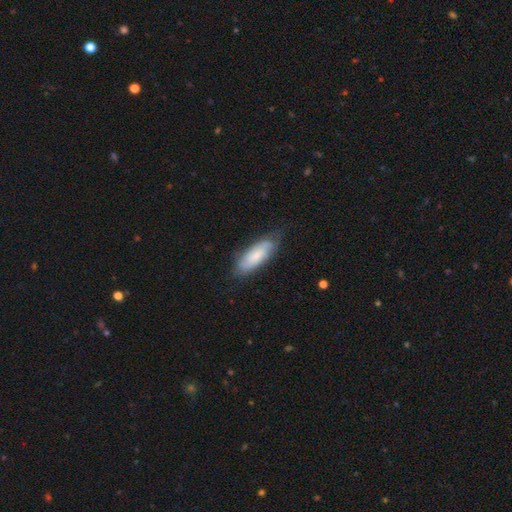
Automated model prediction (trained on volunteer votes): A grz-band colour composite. It shows a smooth galaxy with no disk features (52%) that is in between round and cigar-shaped (67%). Merging: none (69%).